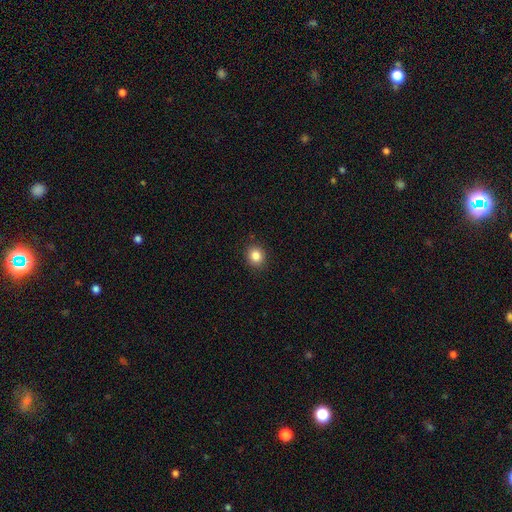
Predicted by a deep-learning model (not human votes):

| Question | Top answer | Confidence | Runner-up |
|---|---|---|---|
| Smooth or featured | smooth | 85% | star or artifact (11%) |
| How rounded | round | 79% | in between (20%) |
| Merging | none | 90% | minor disturbance (7%) |